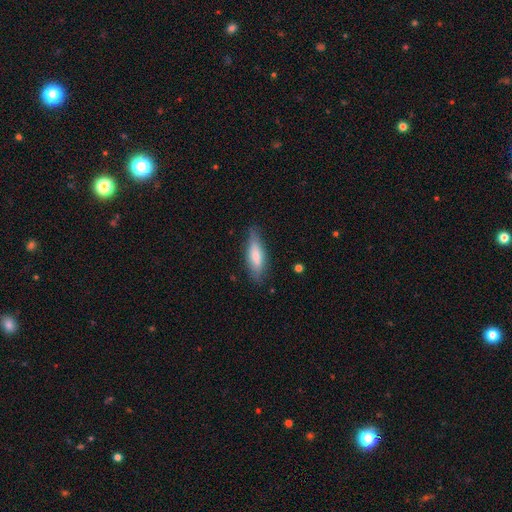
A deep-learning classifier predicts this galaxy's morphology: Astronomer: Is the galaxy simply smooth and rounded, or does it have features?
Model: smooth — 68%.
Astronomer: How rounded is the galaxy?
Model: cigar-shaped — 54% (runner-up: in between, 45%).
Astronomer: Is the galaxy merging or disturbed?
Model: none — 80%.